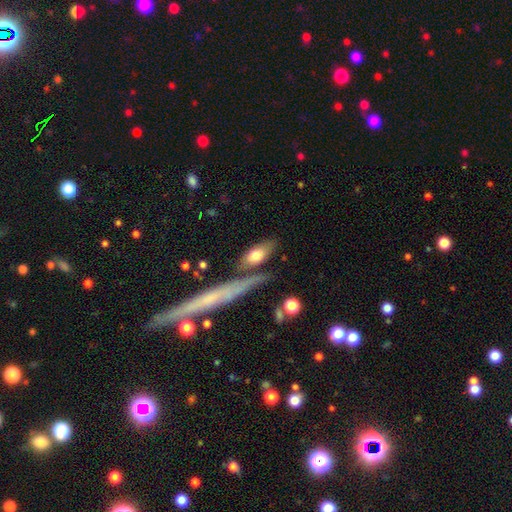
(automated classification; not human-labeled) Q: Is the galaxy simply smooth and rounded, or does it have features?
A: smooth — 71%.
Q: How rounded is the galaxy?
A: in between — 73%.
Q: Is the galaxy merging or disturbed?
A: none — 65%.